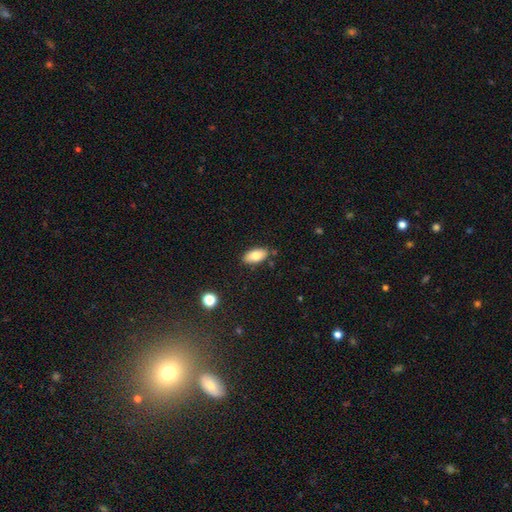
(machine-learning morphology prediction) smooth_or_featured: smooth (p=0.79) [alt: featured or disk p=0.14]
how_rounded: in between (p=0.92) [alt: cigar-shaped p=0.04]
merging: none (p=0.84) [alt: minor disturbance p=0.11]